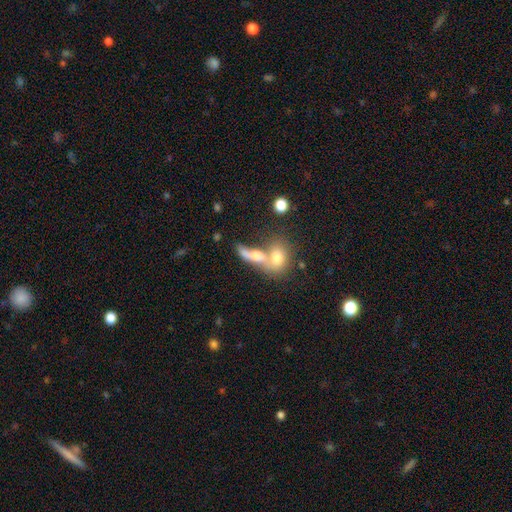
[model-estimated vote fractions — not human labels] This is likely a smooth galaxy (64%). How rounded: likely in between (62%). Merging: likely merger (65%).